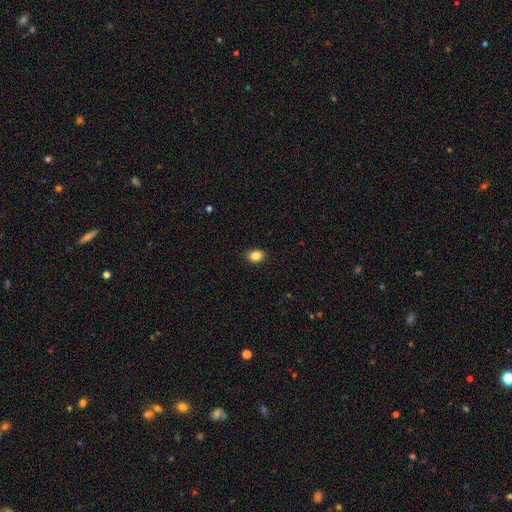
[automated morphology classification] Smooth or featured? smooth (86%)
How rounded? in between (66%)
Merging? none (89%)